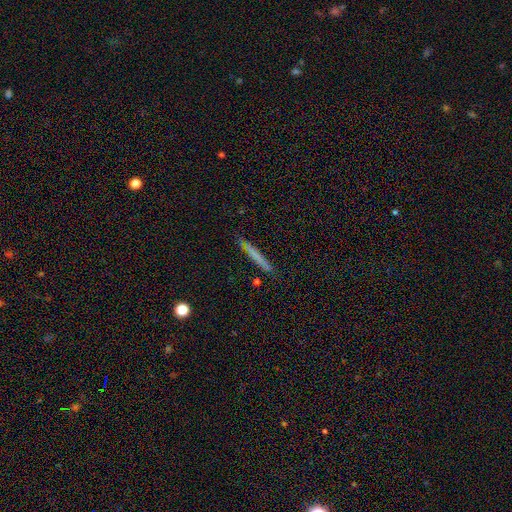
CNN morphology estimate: A smooth galaxy with no disk features (66%) that is cigar-shaped (96%). Merging: none (86%).